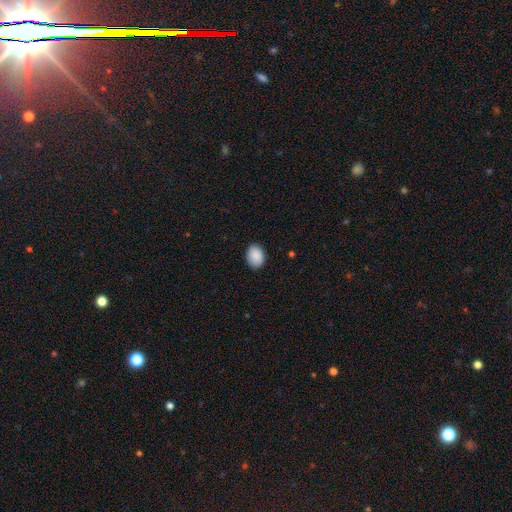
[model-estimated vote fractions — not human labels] Smooth or featured? smooth (90%)
How rounded? in between (74%)
Merging? none (86%)